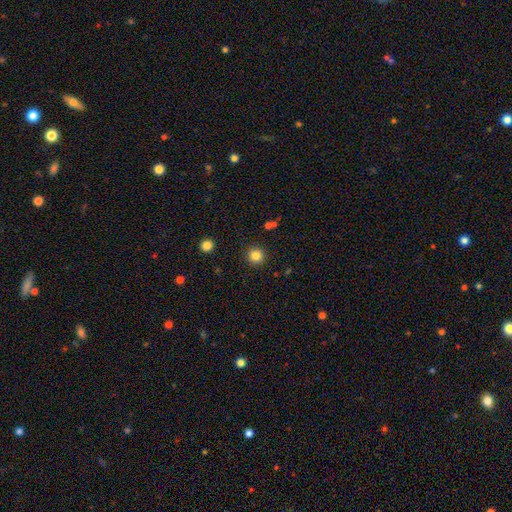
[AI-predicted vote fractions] The model was most divided on "smooth or featured": smooth: 83%, star or artifact: 12%, featured or disk: 5%. More confident: how rounded — round (94%); merging — none (91%).